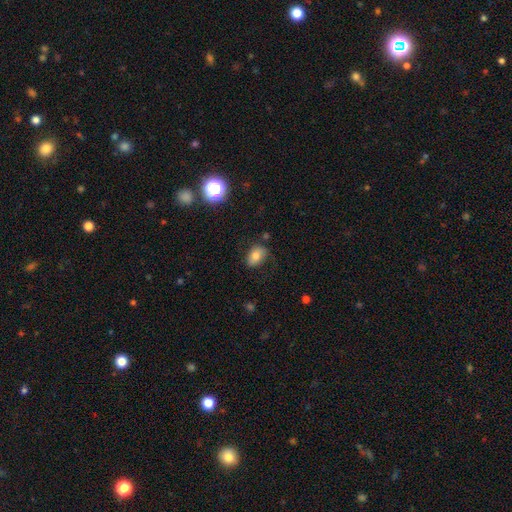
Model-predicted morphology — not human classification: A smooth galaxy with no disk features (75%) that is in between round and cigar-shaped (84%). Merging: none (71%).